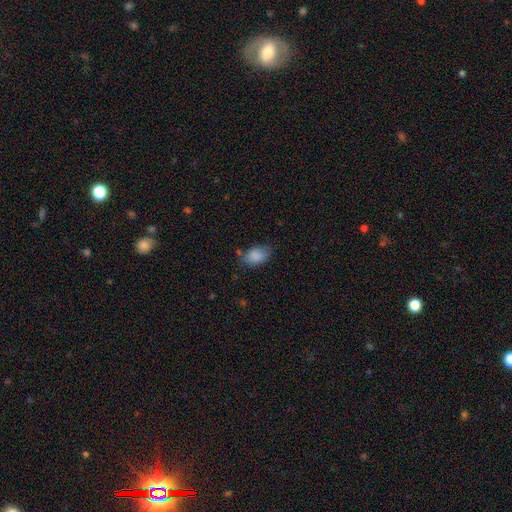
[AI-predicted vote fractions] This appears to be a smooth galaxy with no disk features (86%) that is in between round and cigar-shaped (84%). Merging: none (65%).